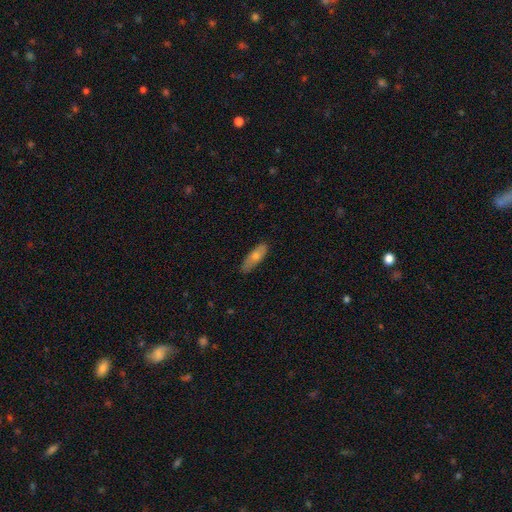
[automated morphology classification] The model was most divided on "how rounded" (2-way tie): cigar-shaped: 49%, in between: 49%, round: 2%. More confident: merging — none (83%); smooth or featured — smooth (64%).